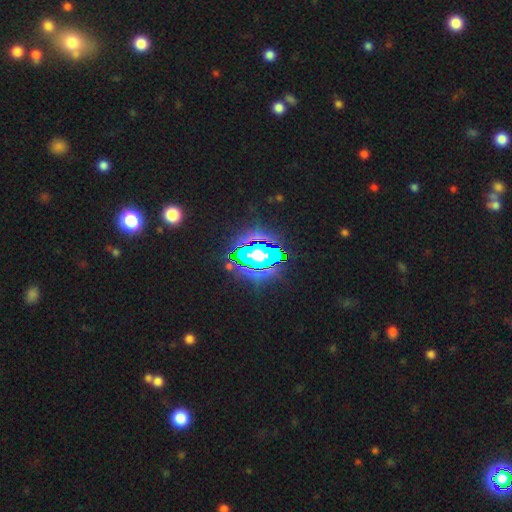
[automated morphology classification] Smooth or featured?
  - star or artifact: 61% *
  - smooth: 21%
  - featured or disk: 18%